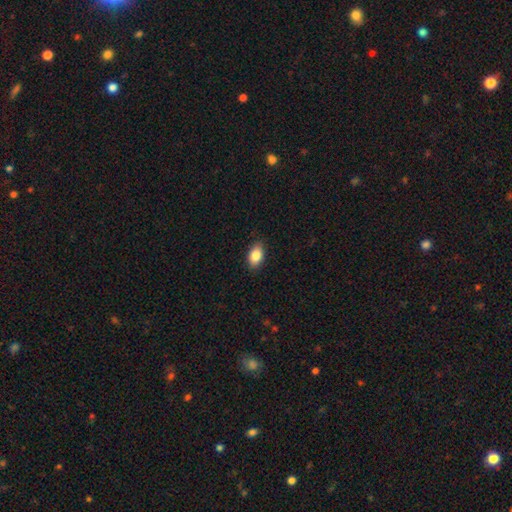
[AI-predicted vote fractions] The model was most divided on "merging": none: 87%, minor disturbance: 10%, major disturbance: 2%, merger: 1%. More confident: how rounded — in between (89%); smooth or featured — smooth (86%).